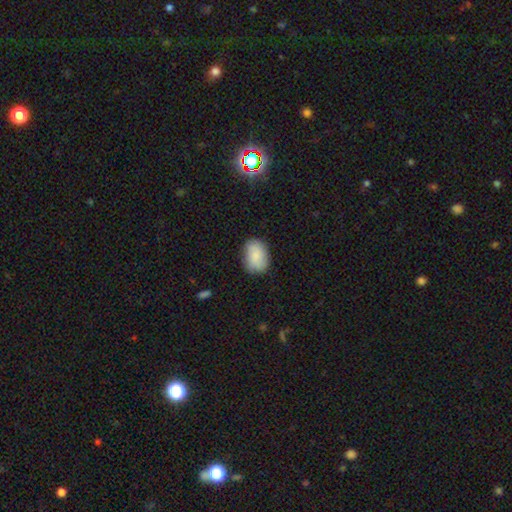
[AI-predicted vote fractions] Smooth or featured: smooth — 85% (featured or disk — 8%)
How rounded: in between — 83% (round — 16%)
Merging: none — 78% (minor disturbance — 17%)